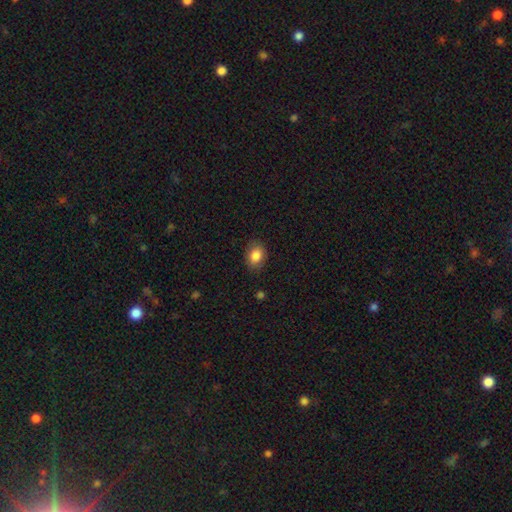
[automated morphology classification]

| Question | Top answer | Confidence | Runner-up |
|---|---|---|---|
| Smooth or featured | smooth | 85% | star or artifact (8%) |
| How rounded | in between | 71% | round (28%) |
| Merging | none | 84% | minor disturbance (12%) |